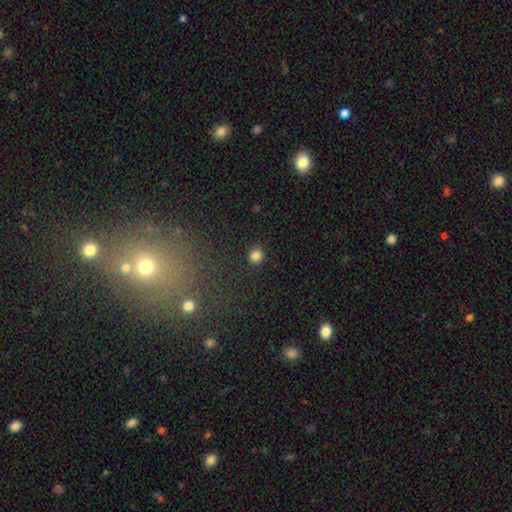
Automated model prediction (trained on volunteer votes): Morphology: type=smooth (83%); roundness=round (92%); merging=none (91%).